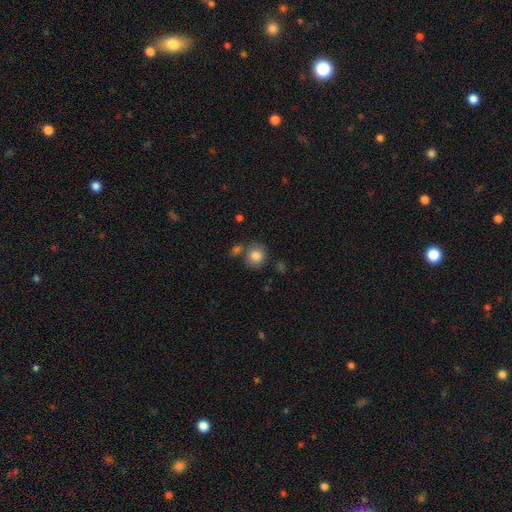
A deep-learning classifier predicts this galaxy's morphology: A smooth galaxy with no disk features (83%) that is round (83%).

Vote fractions:
- Smooth or featured? smooth: 83% / star or artifact: 9% / featured or disk: 8%
- How rounded? round: 83% / in between: 16% / cigar-shaped: 1%
- Merging? none: 65% / merger: 17% / minor disturbance: 13% / major disturbance: 4%